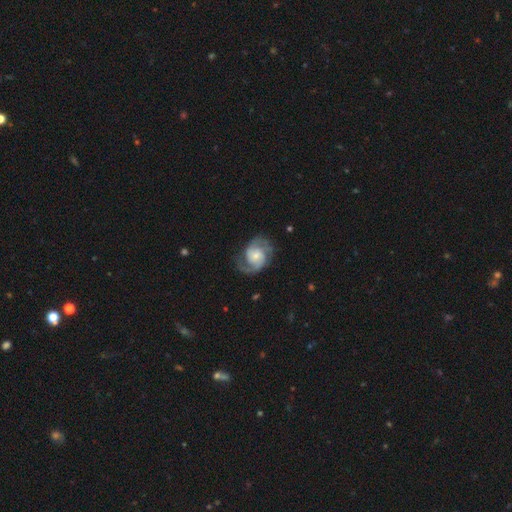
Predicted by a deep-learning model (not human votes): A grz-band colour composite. It shows a featured or disk galaxy (86%) with no bar (61%), 2 (77%) medium (50%) spiral arms (97%) and a small central bulge (45%). Merging: none (73%).